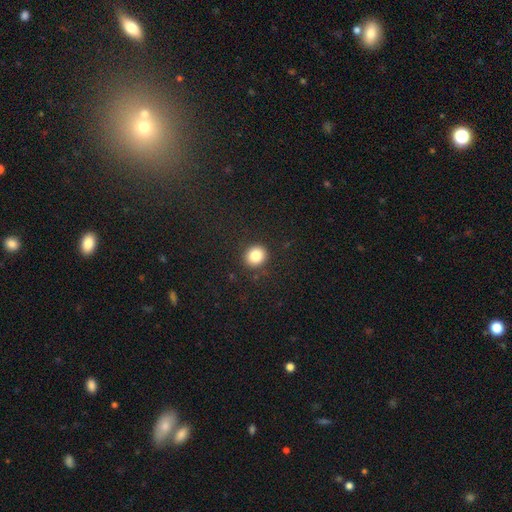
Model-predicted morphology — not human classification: The model was most divided on "how rounded": round: 86%, in between: 13%, cigar-shaped: 1%. More confident: merging — none (90%); smooth or featured — smooth (84%).